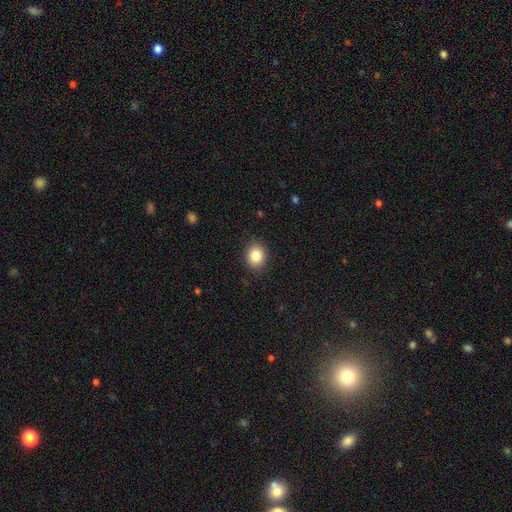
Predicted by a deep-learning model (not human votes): Smooth or featured?
  - smooth: 85% *
  - star or artifact: 9%
  - featured or disk: 6%
How rounded?
  - round: 61% *
  - in between: 39%
  - cigar-shaped: 1%
Merging?
  - none: 88% *
  - minor disturbance: 8%
  - major disturbance: 2%
  - merger: 1%